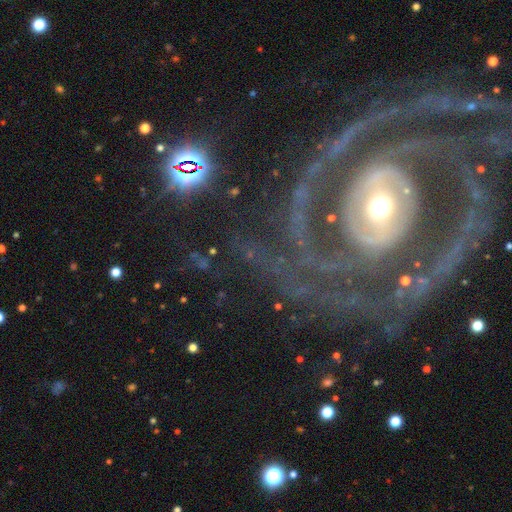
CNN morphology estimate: Smooth or featured? Predicted: featured or disk (p=0.84). Edge-on disk? Predicted: no (p=0.96). Bar? Predicted: no (p=0.53). Spiral arms? Predicted: yes (p=0.86). Spiral winding? Predicted: tight (p=0.60). Spiral arm count? Predicted: 2 (p=0.32). Bulge size? Predicted: moderate (p=0.60). Merging? Predicted: none (p=0.68).